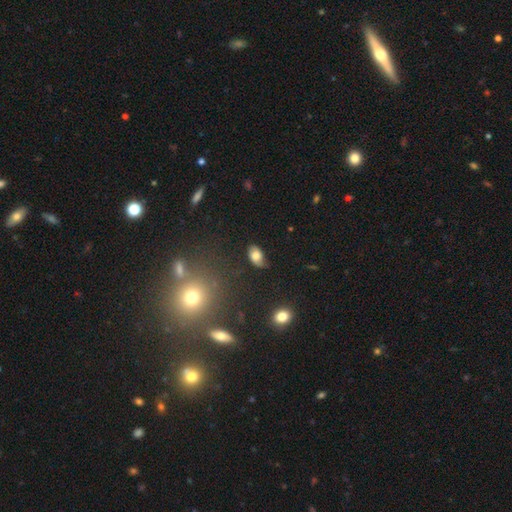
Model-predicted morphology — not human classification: This is likely a smooth galaxy (66%). How rounded: clearly in between (88%). Merging: likely none (62%).